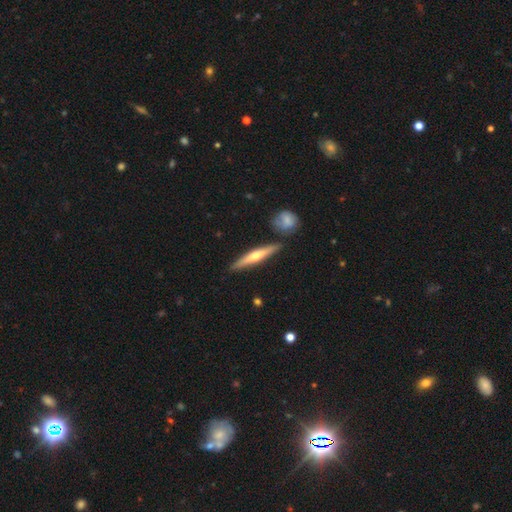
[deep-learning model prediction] Overall: featured or disk (53%; smooth 41%). Edge-on disk: yes (95%). Edge-on bulge: rounded (82%). Merging: none (85%).